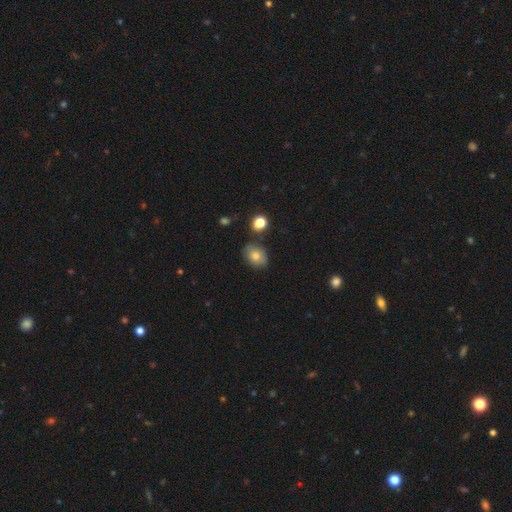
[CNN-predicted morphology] smooth 76%, featured or disk 14%, star or artifact 10%. Down the decision tree: how rounded — in between (65%); merging — none (73%).